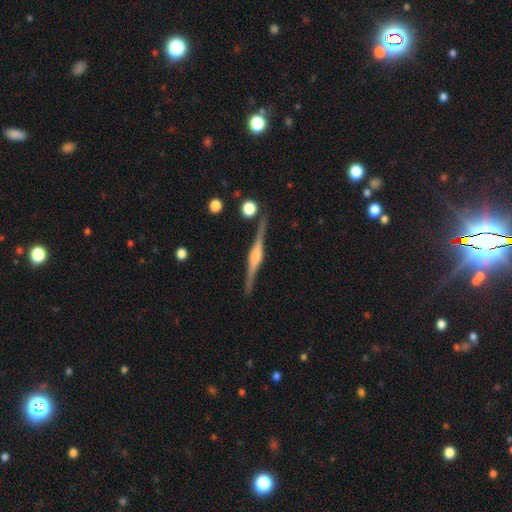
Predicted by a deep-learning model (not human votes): Smooth or featured: featured or disk — 85% (smooth — 10%)
Edge-on disk: yes — 98% (no — 2%)
Edge-on bulge: rounded — 68% (boxy — 28%)
Merging: none — 88% (minor disturbance — 8%)